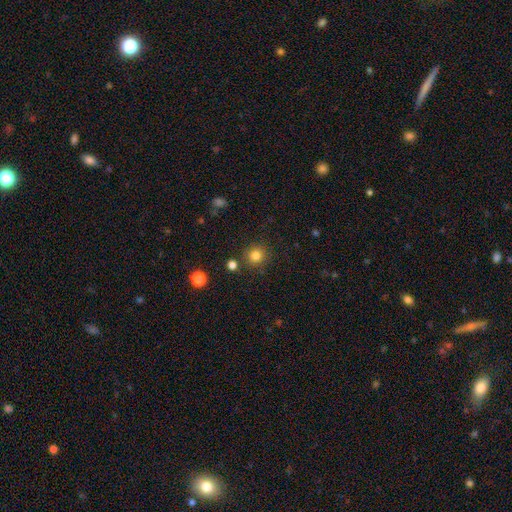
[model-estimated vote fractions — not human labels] A smooth galaxy with no disk features (82%) that is round (92%).

Vote fractions:
- Smooth or featured? smooth: 82% / star or artifact: 13% / featured or disk: 5%
- How rounded? round: 92% / in between: 7% / cigar-shaped: 1%
- Merging? none: 86% / minor disturbance: 7% / merger: 4% / major disturbance: 3%